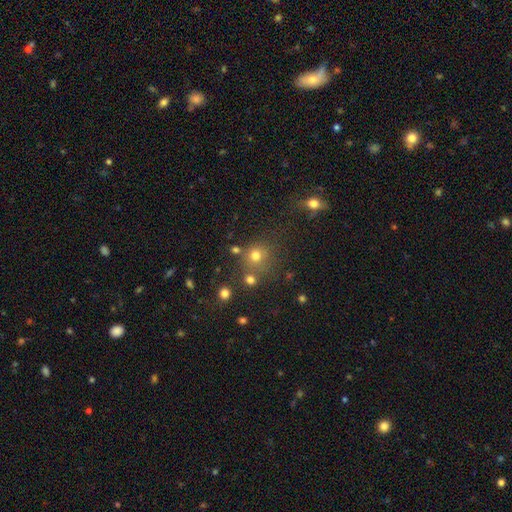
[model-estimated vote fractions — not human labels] This appears to be a smooth galaxy with no disk features (72%) that is round (89%). Merging: none (70%).